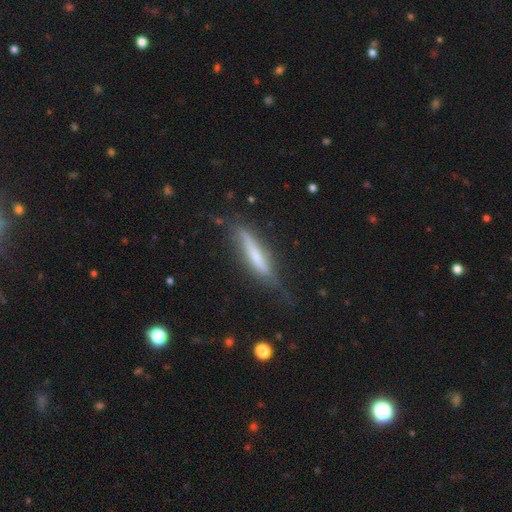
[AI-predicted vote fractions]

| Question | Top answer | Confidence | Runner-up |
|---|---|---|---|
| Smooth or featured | featured or disk | 51% | smooth (42%) |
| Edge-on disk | yes | 88% | no (12%) |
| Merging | none | 63% | minor disturbance (27%) |